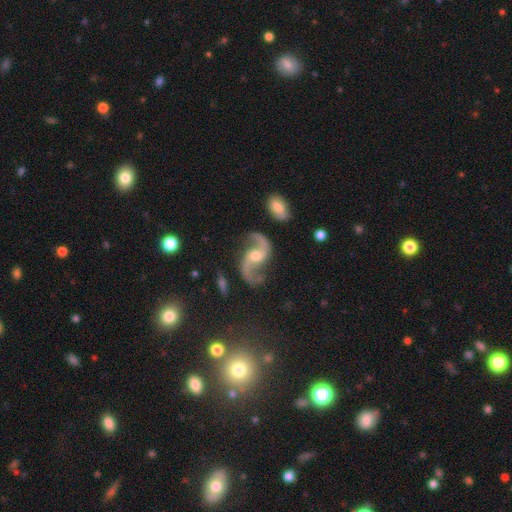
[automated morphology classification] A featured or disk galaxy (92%) with no bar (57%), 2 (95%) loose (78%) spiral arms (98%) and a moderate central bulge (56%). Merging: none (78%).